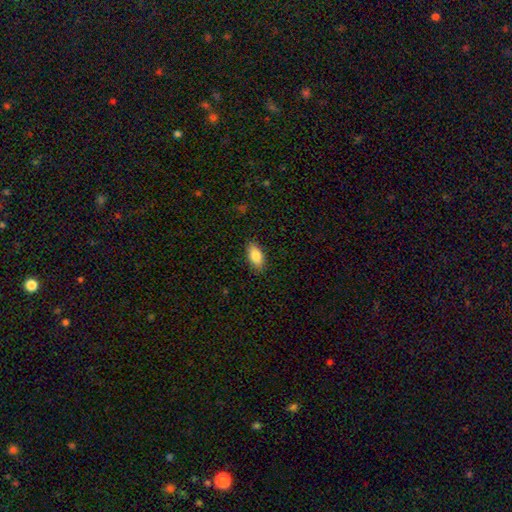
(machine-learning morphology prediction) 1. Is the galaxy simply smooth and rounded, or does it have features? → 84% smooth, 9% featured or disk, 7% star or artifact.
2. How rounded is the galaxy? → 90% in between, 7% cigar-shaped, 4% round.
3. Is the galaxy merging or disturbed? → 87% none, 10% minor disturbance, 2% major disturbance, 1% merger.